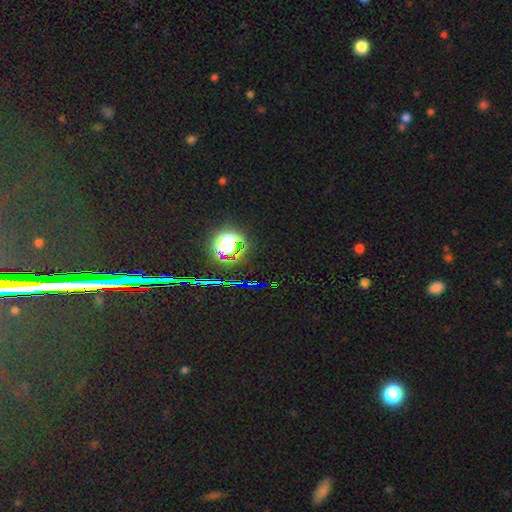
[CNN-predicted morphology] Q: Smooth or featured?
A: star or artifact (82%); runner-up: smooth (10%)